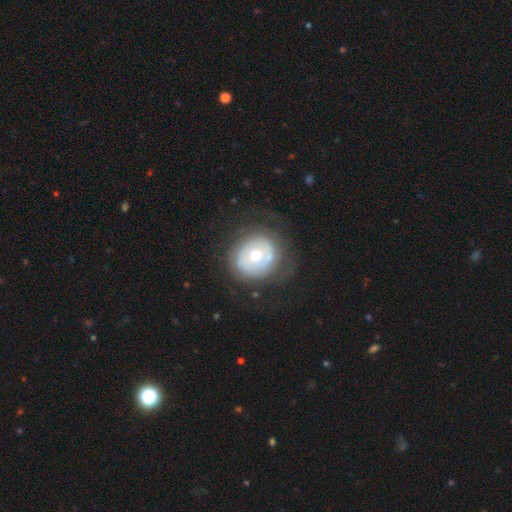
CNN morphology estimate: smooth_or_featured: featured or disk (p=0.55) [alt: smooth p=0.38]
disk_edge_on: no (p=0.96) [alt: yes p=0.04]
bar: no (p=0.87) [alt: weak p=0.10]
has_spiral_arms: no (p=0.72) [alt: yes p=0.28]
bulge_size: moderate (p=0.74) [alt: small p=0.17]
merging: none (p=0.69) [alt: minor disturbance p=0.17]